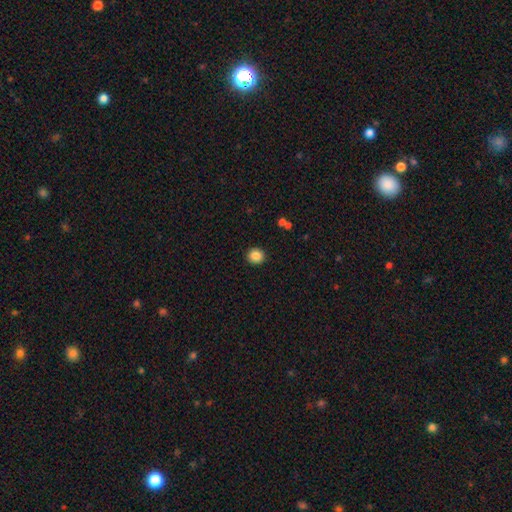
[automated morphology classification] Q: Smooth or featured?
A: smooth (87%); runner-up: star or artifact (10%)
Q: How rounded?
A: round (88%); runner-up: in between (11%)
Q: Merging?
A: none (92%); runner-up: minor disturbance (5%)